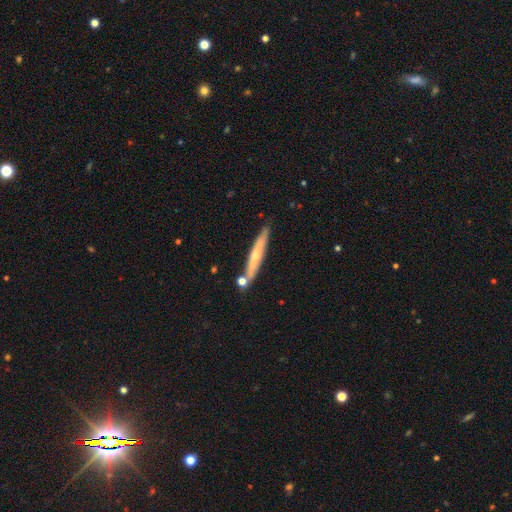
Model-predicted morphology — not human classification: smooth_or_featured: featured or disk (p=0.49) [alt: smooth p=0.44]
merging: none (p=0.78) [alt: minor disturbance p=0.12]